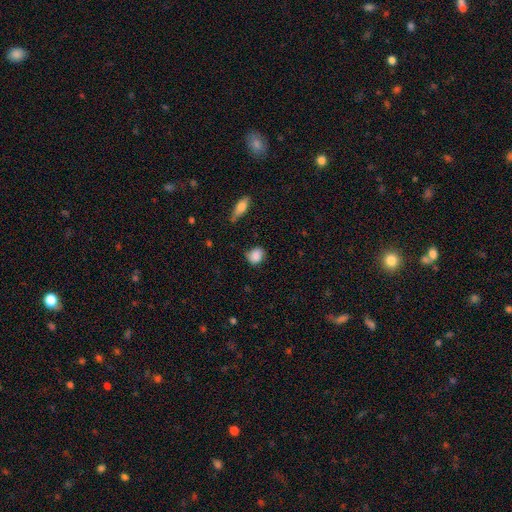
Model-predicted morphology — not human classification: smooth 85%, star or artifact 8%, featured or disk 7%. Down the decision tree: how rounded — round (61%); merging — none (64%).